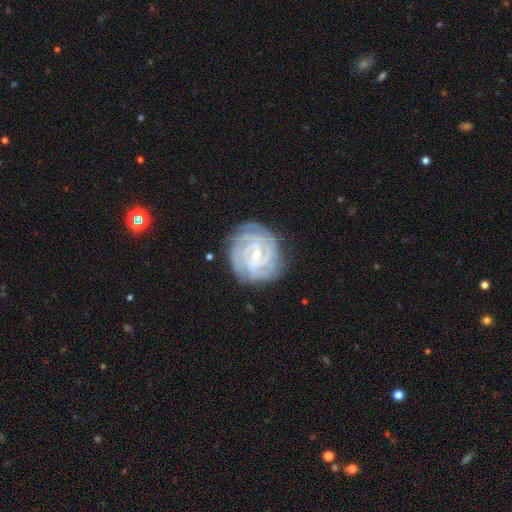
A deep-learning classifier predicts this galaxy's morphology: A featured or disk galaxy (88%) with a weak bar (53%), 4 (28%) tight (74%) spiral arms (97%) and a small central bulge (73%). Merging: none (80%).